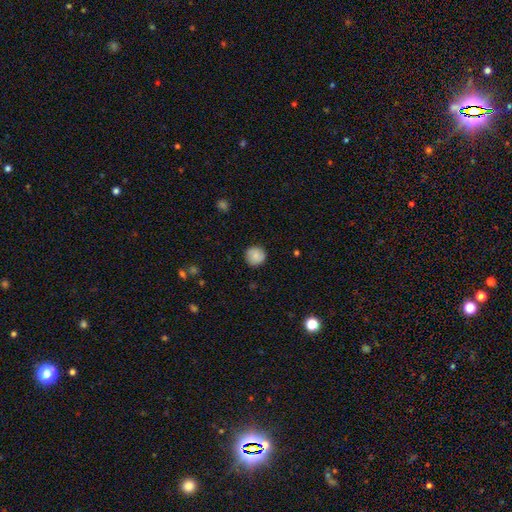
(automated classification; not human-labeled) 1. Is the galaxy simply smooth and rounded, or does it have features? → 84% smooth, 8% featured or disk, 8% star or artifact.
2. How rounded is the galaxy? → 94% round, 5% in between, 1% cigar-shaped.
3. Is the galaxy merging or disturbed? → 88% none, 9% minor disturbance, 2% major disturbance, 1% merger.